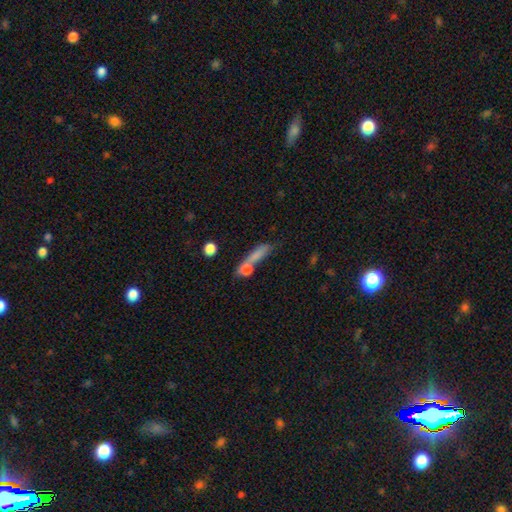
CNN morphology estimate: This appears to be a smooth galaxy with no disk features (68%) that is cigar-shaped (61%). Merging: none (43%).